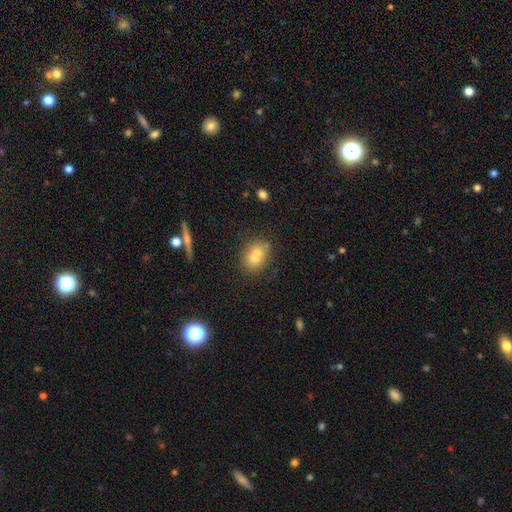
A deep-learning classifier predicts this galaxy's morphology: smooth_or_featured: smooth (p=0.82) [alt: star or artifact p=0.09]
how_rounded: in between (p=0.73) [alt: round p=0.25]
merging: none (p=0.71) [alt: minor disturbance p=0.17]